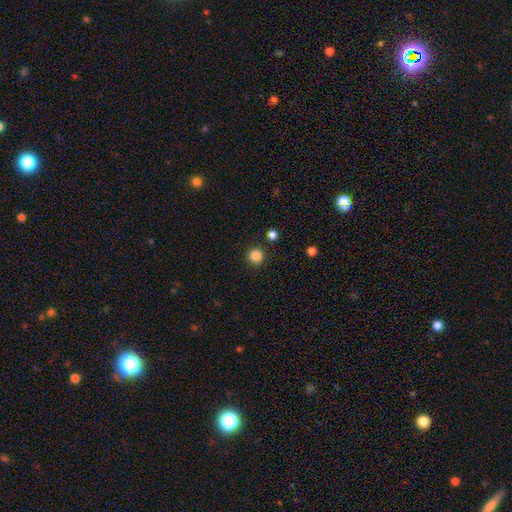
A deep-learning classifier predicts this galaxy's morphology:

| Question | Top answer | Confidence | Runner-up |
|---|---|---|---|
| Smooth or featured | smooth | 85% | star or artifact (12%) |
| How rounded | round | 96% | in between (3%) |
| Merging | none | 91% | minor disturbance (5%) |